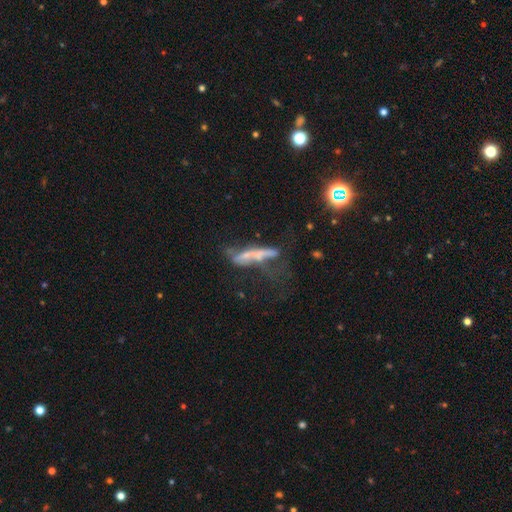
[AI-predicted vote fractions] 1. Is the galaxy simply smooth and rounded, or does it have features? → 56% featured or disk, 30% smooth, 15% star or artifact.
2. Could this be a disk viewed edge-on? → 55% yes, 45% no.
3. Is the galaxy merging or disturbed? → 34% major disturbance, 29% none, 19% minor disturbance, 17% merger.